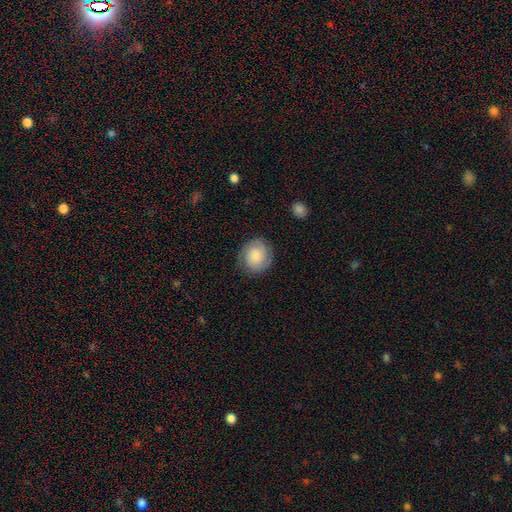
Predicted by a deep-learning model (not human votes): Smooth or featured?
  - smooth: 57% *
  - featured or disk: 35%
  - star or artifact: 8%
How rounded?
  - round: 73% *
  - in between: 26%
  - cigar-shaped: 1%
Merging?
  - none: 81% *
  - minor disturbance: 14%
  - major disturbance: 5%
  - merger: 1%